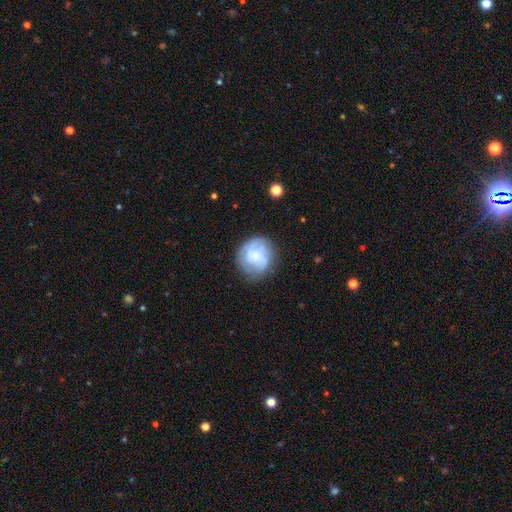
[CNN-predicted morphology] smooth_or_featured: featured or disk (p=0.56) [alt: smooth p=0.36]
disk_edge_on: no (p=0.98) [alt: yes p=0.02]
bar: no (p=0.71) [alt: weak p=0.25]
has_spiral_arms: yes (p=0.81) [alt: no p=0.19]
bulge_size: small (p=0.60) [alt: none p=0.19]
merging: none (p=0.71) [alt: minor disturbance p=0.19]